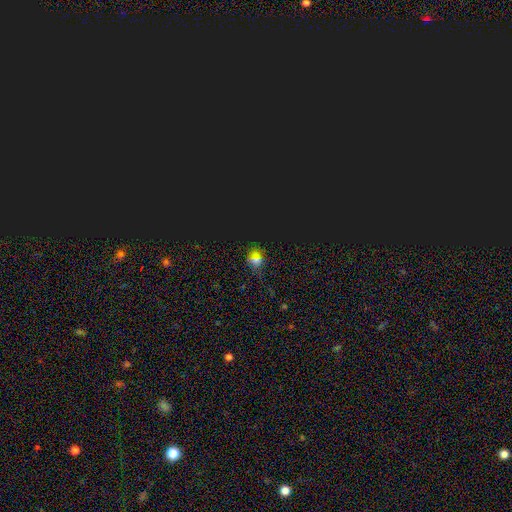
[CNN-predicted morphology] Smooth or featured? Predicted: star or artifact (p=0.54).